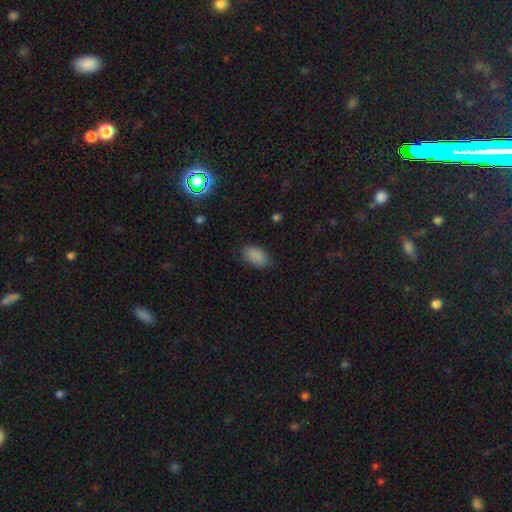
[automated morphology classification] Q: Smooth or featured?
A: smooth (88%); runner-up: star or artifact (9%)
Q: How rounded?
A: in between (92%); runner-up: round (6%)
Q: Merging?
A: none (82%); runner-up: minor disturbance (14%)